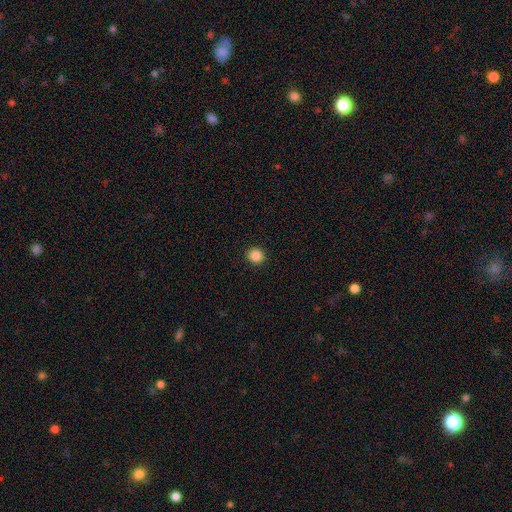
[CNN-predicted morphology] Smooth or featured?
  - smooth: 86% *
  - star or artifact: 11%
  - featured or disk: 3%
How rounded?
  - round: 92% *
  - in between: 7%
  - cigar-shaped: 1%
Merging?
  - none: 93% *
  - minor disturbance: 4%
  - major disturbance: 2%
  - merger: 1%